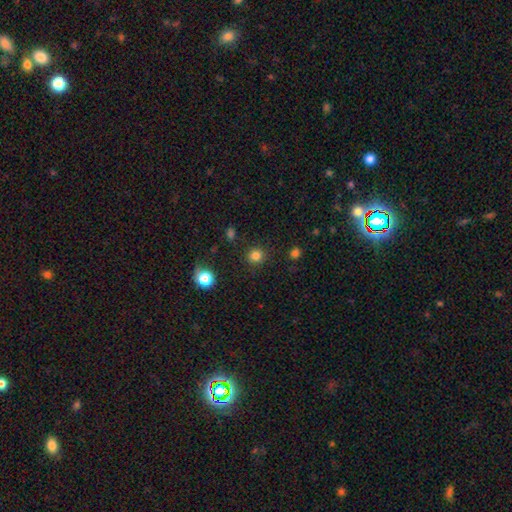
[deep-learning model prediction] A smooth galaxy with no disk features (82%) that is round (92%). Merging: none (90%).